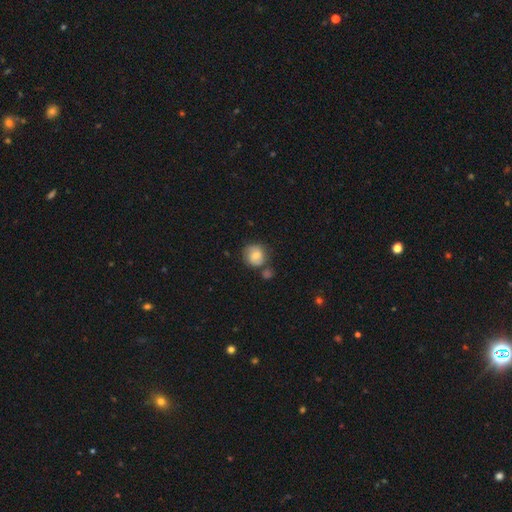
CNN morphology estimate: The model was most divided on "merging": none: 63%, minor disturbance: 18%, merger: 14%, major disturbance: 5%. More confident: how rounded — round (84%); smooth or featured — smooth (69%).